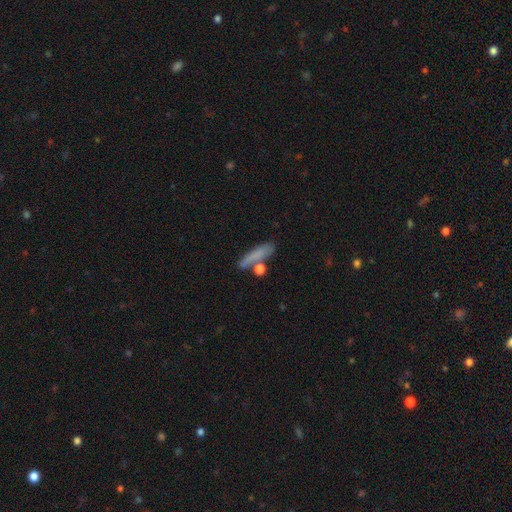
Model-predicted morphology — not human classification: Smooth or featured? smooth (71%)
How rounded? cigar-shaped (74%)
Merging? none (62%)